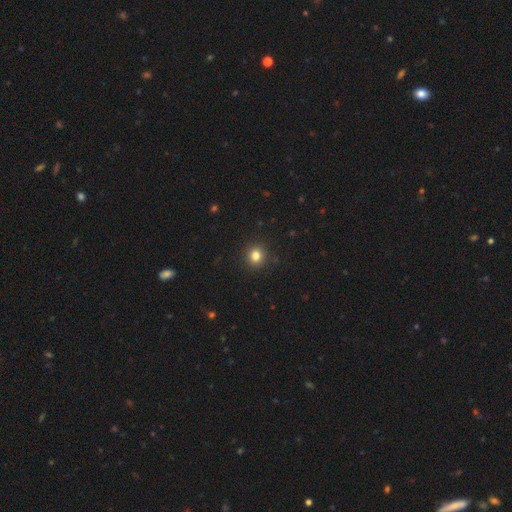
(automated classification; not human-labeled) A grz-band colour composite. It shows a smooth galaxy with no disk features (82%) that is round (89%). Merging: none (92%).